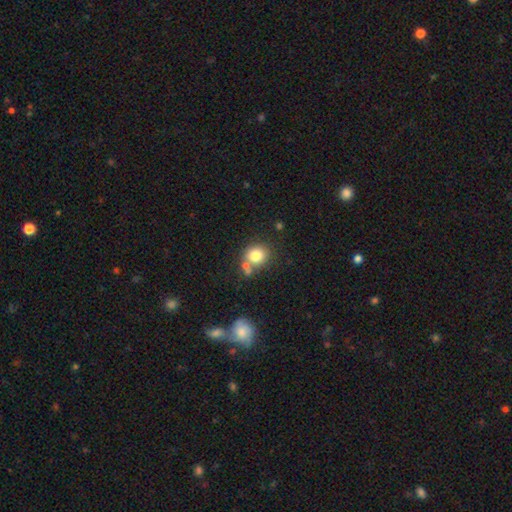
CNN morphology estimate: The model was most divided on "merging": none: 58%, merger: 25%, minor disturbance: 12%, major disturbance: 5%. More confident: smooth or featured — smooth (79%); how rounded — round (78%).